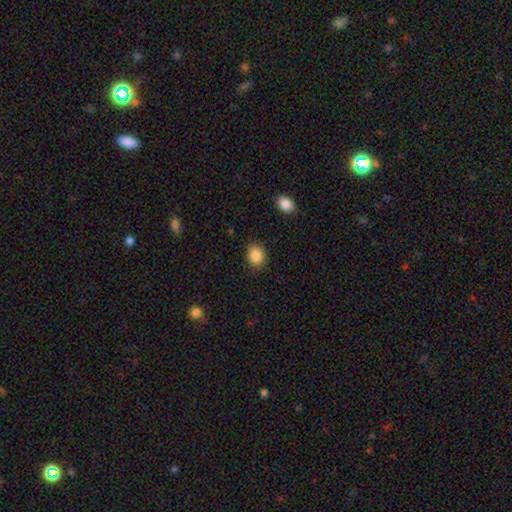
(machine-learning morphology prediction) A smooth galaxy with no disk features (88%) that is round (52%).

Vote fractions:
- Smooth or featured? smooth: 88% / star or artifact: 9% / featured or disk: 4%
- How rounded? round: 52% / in between: 47% / cigar-shaped: 1%
- Merging? none: 87% / minor disturbance: 9% / major disturbance: 3% / merger: 1%